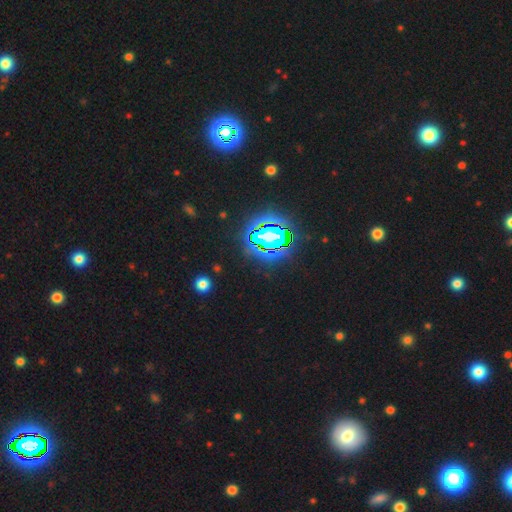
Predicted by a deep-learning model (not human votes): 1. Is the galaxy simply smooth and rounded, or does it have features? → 82% star or artifact, 11% smooth, 7% featured or disk.